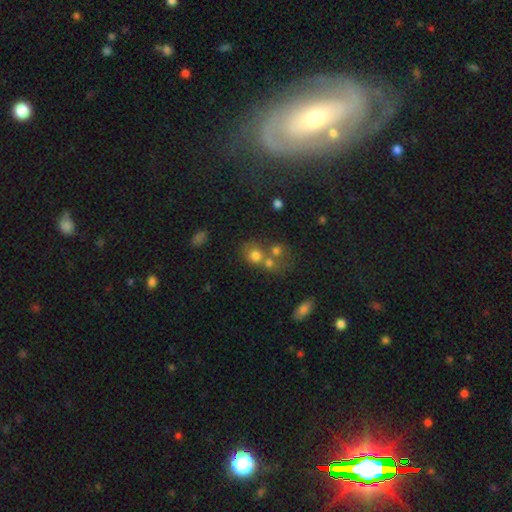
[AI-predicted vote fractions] Smooth or featured?
  - smooth: 69% *
  - featured or disk: 16%
  - star or artifact: 15%
How rounded?
  - round: 73% *
  - in between: 26%
  - cigar-shaped: 1%
Merging?
  - merger: 50% *
  - none: 35%
  - minor disturbance: 9%
  - major disturbance: 6%